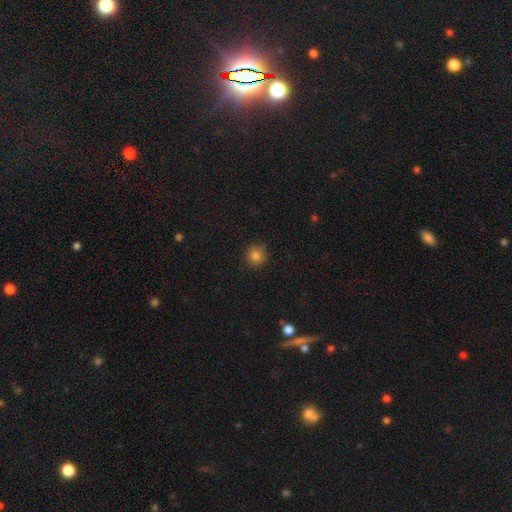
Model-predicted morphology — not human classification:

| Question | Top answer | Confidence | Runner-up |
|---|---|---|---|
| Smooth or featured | smooth | 83% | star or artifact (11%) |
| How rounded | round | 92% | in between (7%) |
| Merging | none | 89% | minor disturbance (8%) |